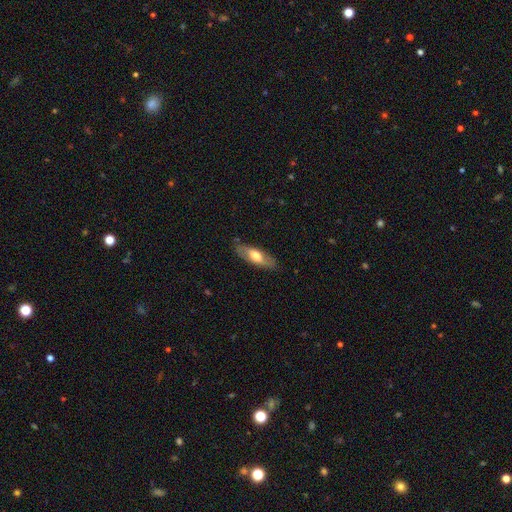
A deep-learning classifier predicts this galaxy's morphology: A smooth galaxy with no disk features (55%) that is in between round and cigar-shaped (65%). Merging: none (83%).